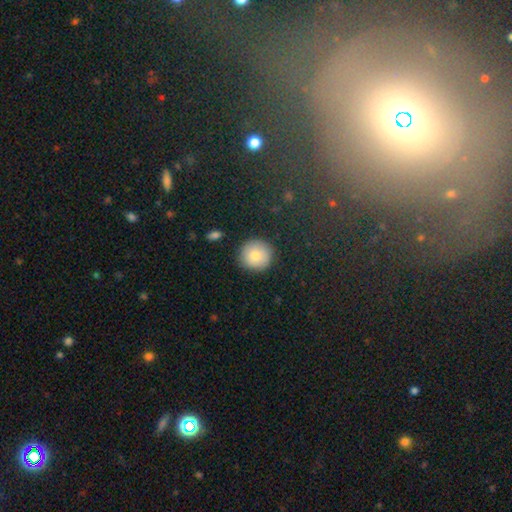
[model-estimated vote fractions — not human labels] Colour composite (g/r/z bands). It shows a smooth galaxy with no disk features (82%) that is round (94%). Merging: none (87%).